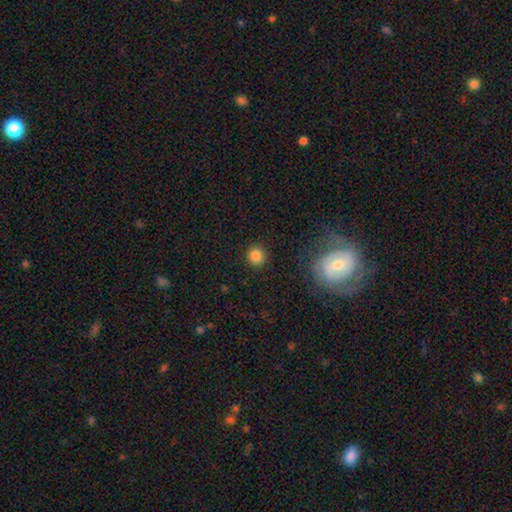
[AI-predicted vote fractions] This is clearly a smooth galaxy (84%). How rounded: clearly round (87%). Merging: clearly none (90%).